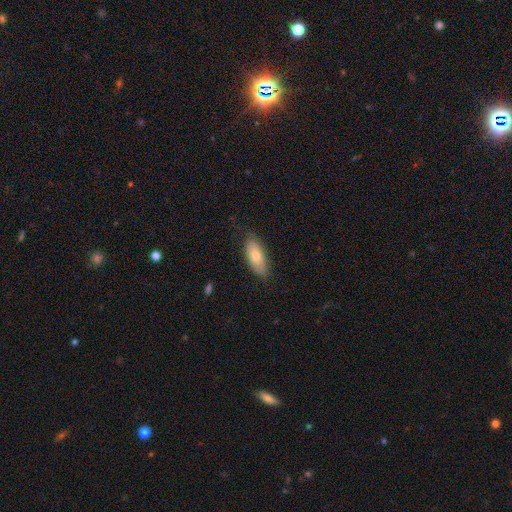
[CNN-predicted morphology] smooth 71%, featured or disk 23%, star or artifact 6%. Down the decision tree: how rounded — in between (83%); merging — none (78%).